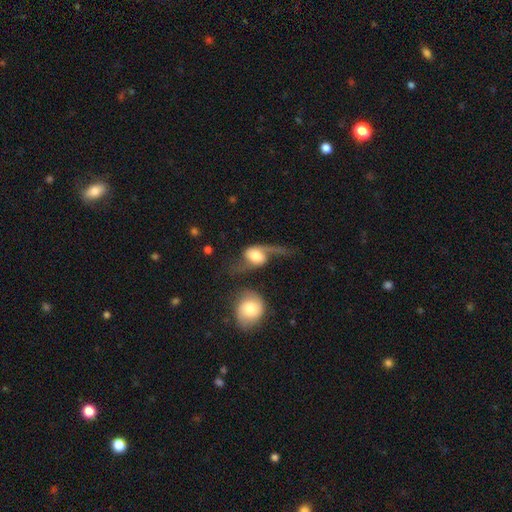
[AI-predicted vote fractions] The model was most divided on "bulge size": moderate: 43%, large: 37%, small: 9%, dominant: 8%, none: 3%. Remaining: edge-on disk — no (94%); spiral arms — yes (88%); spiral winding — loose (83%); spiral arm count — 2 (71%); smooth or featured — featured or disk (64%); bar — no (49%); merging — major disturbance (38%).